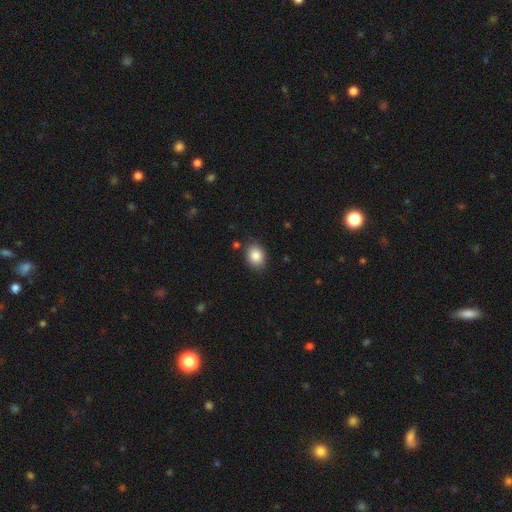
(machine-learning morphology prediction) A smooth galaxy with no disk features (87%) that is in between round and cigar-shaped (59%). Merging: none (86%).